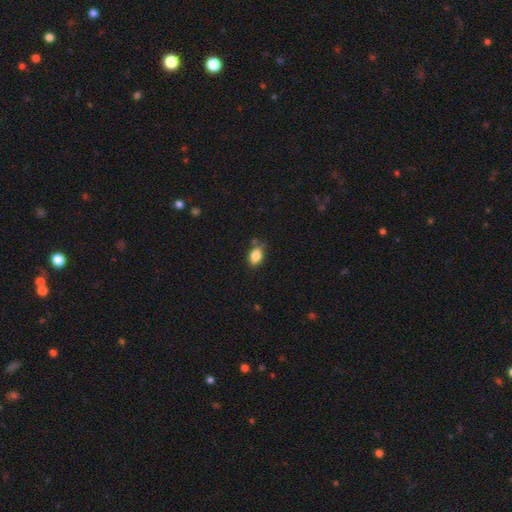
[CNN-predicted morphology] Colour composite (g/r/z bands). It shows a smooth galaxy with no disk features (84%) that is in between round and cigar-shaped (83%). Merging: none (67%).